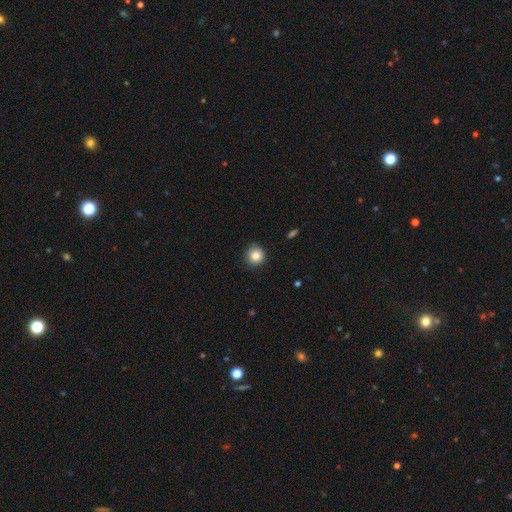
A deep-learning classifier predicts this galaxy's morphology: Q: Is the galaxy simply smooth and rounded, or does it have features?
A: smooth — 84%.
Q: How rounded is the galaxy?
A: round — 93%.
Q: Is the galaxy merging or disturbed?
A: none — 83%.